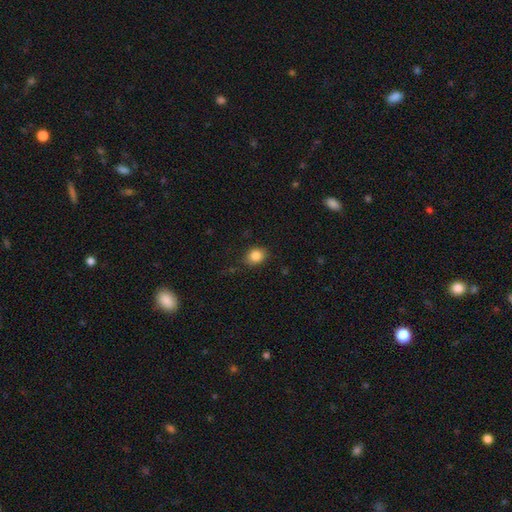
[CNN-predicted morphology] type=smooth (85%); roundness=in between (50%); merging=none (83%).